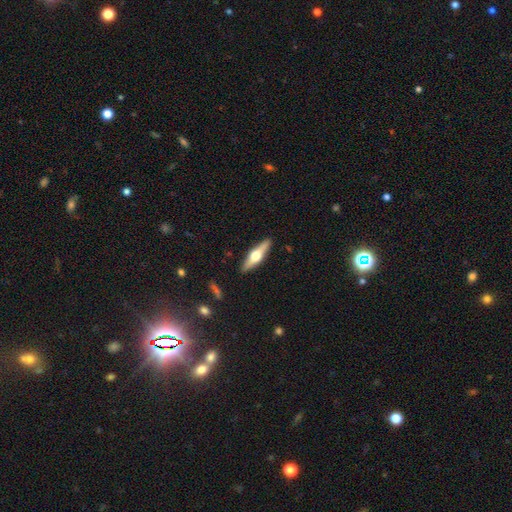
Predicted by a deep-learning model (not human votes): Smooth or featured? Predicted: featured or disk (p=0.64). Edge-on disk? Predicted: yes (p=0.96). Edge-on bulge? Predicted: rounded (p=0.96). Merging? Predicted: none (p=0.90).